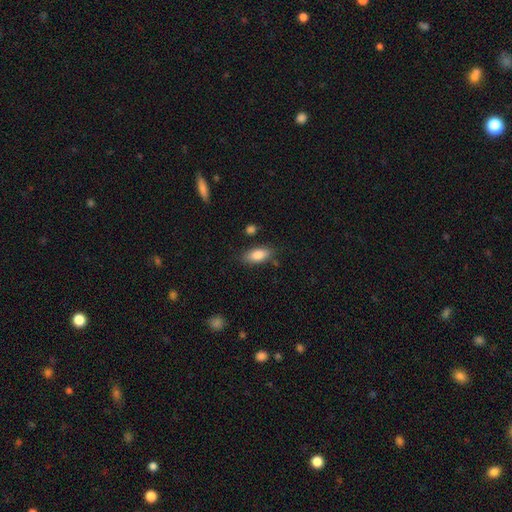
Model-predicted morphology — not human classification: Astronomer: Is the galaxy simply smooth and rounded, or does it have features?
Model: smooth — 83%.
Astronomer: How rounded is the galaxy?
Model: in between — 85%.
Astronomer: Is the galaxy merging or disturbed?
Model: none — 83%.